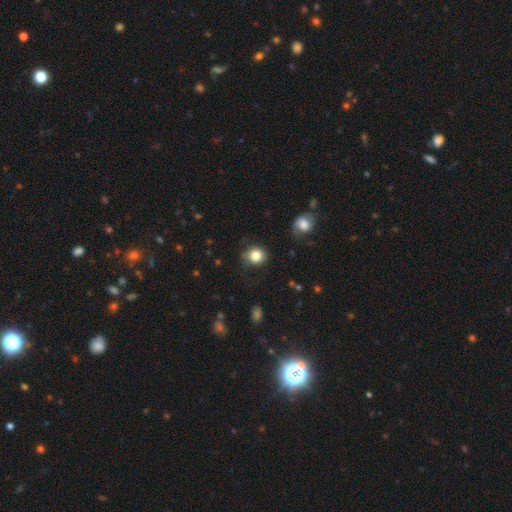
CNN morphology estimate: type=smooth (84%); roundness=round (82%); merging=none (77%).